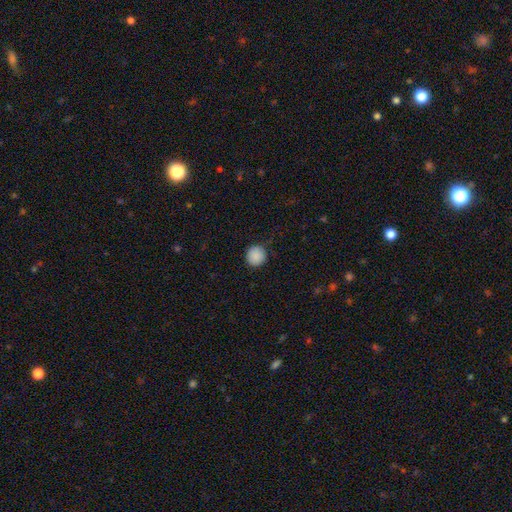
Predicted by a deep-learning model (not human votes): Smooth or featured?
  - smooth: 89% *
  - star or artifact: 9%
  - featured or disk: 3%
How rounded?
  - round: 93% *
  - in between: 6%
  - cigar-shaped: 1%
Merging?
  - none: 87% *
  - minor disturbance: 10%
  - major disturbance: 2%
  - merger: 1%